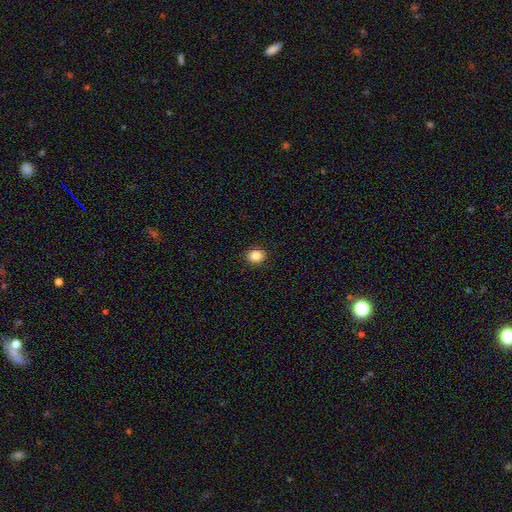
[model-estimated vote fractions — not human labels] Smooth or featured?
  - smooth: 87% *
  - star or artifact: 10%
  - featured or disk: 4%
How rounded?
  - round: 61% *
  - in between: 39%
  - cigar-shaped: 1%
Merging?
  - none: 90% *
  - minor disturbance: 7%
  - major disturbance: 2%
  - merger: 1%